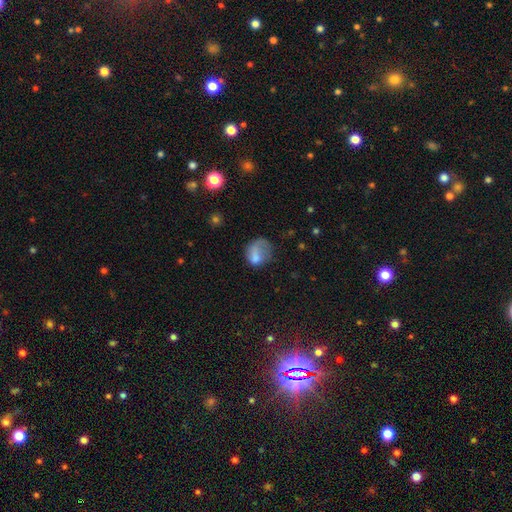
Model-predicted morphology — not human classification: A smooth galaxy with no disk features (67%) that is round (52%). Merging: major disturbance (42%).